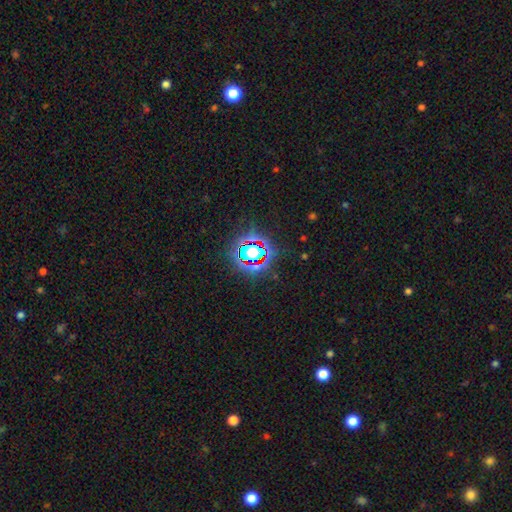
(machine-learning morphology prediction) smooth-or-featured: star or artifact: 78% | smooth: 13% | featured or disk: 9%